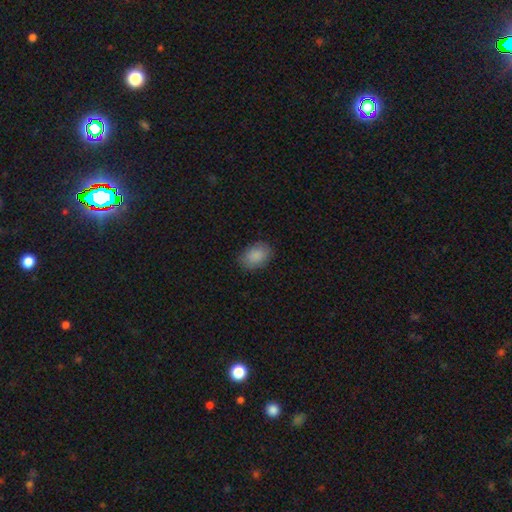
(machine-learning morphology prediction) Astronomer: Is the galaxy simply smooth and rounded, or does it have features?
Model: smooth — 88%.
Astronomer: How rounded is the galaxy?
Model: in between — 80%.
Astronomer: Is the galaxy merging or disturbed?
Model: none — 82%.